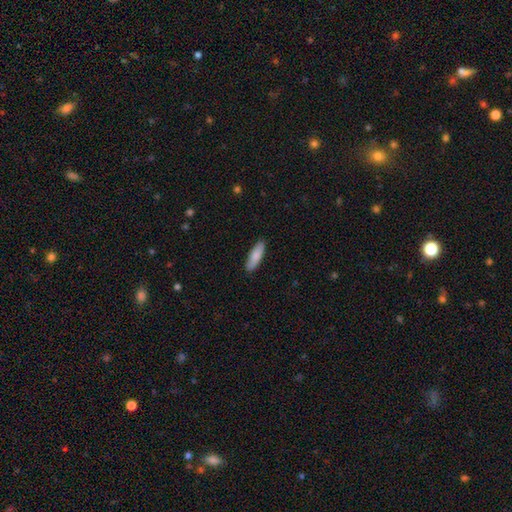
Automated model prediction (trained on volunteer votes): Morphology: type=smooth (84%); roundness=cigar-shaped (58%); merging=none (89%).